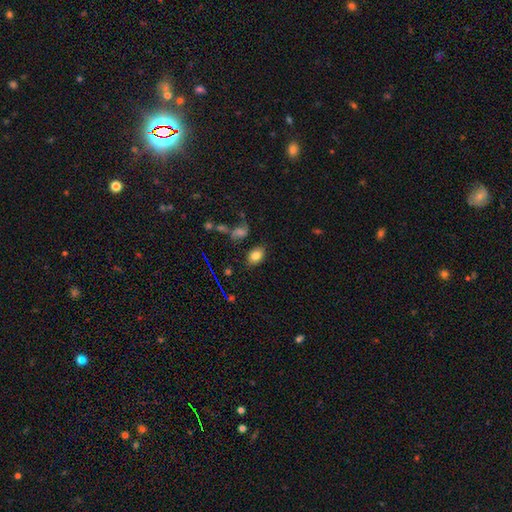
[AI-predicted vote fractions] This appears to be a smooth galaxy with no disk features (80%) that is in between round and cigar-shaped (84%). Merging: none (81%).